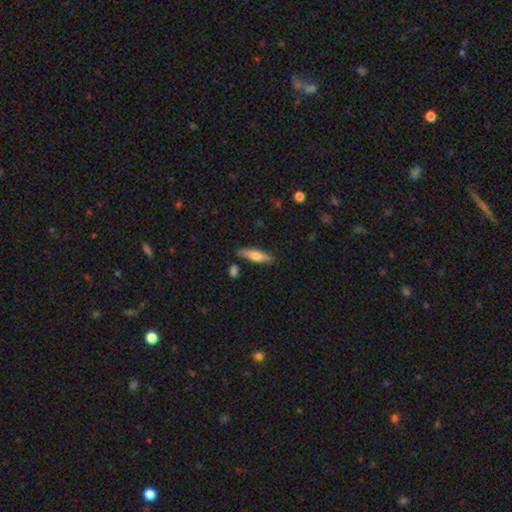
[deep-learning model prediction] This is likely a smooth galaxy (65%). How rounded: likely cigar-shaped (61%). Merging: clearly none (81%).